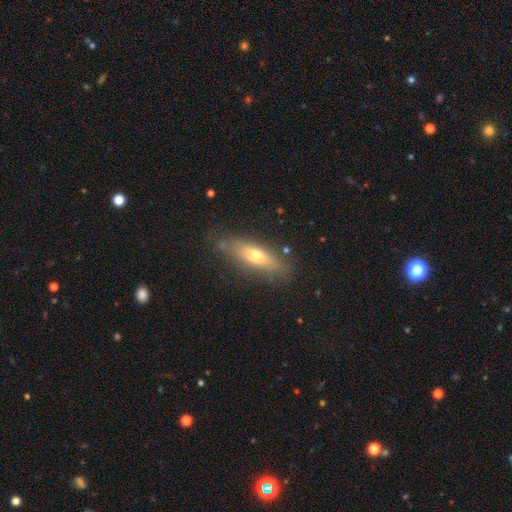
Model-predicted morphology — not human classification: Overall: smooth (55%; featured or disk 38%). How rounded: cigar-shaped (56%; in between 41%). Merging: none (78%).